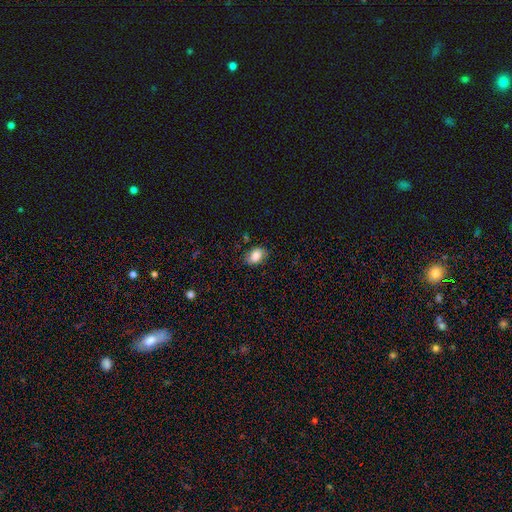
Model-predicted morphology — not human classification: type=smooth (83%); roundness=in between (84%); merging=none (79%).